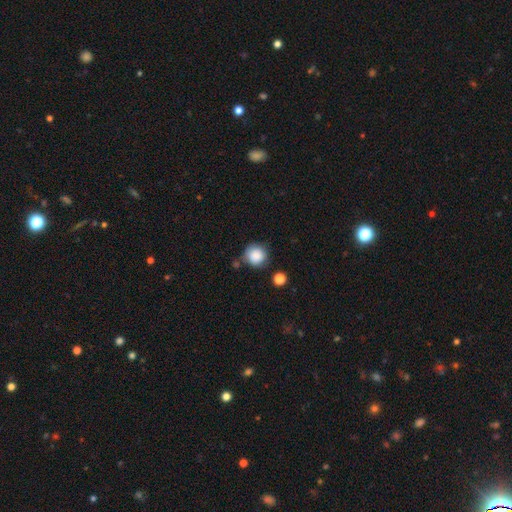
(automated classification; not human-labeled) smooth-or-featured: smooth: 87% | star or artifact: 9% | featured or disk: 5%
  how-rounded: round: 93% | in between: 6% | cigar-shaped: 1%
  merging: none: 74% | minor disturbance: 15% | merger: 7% | major disturbance: 4%